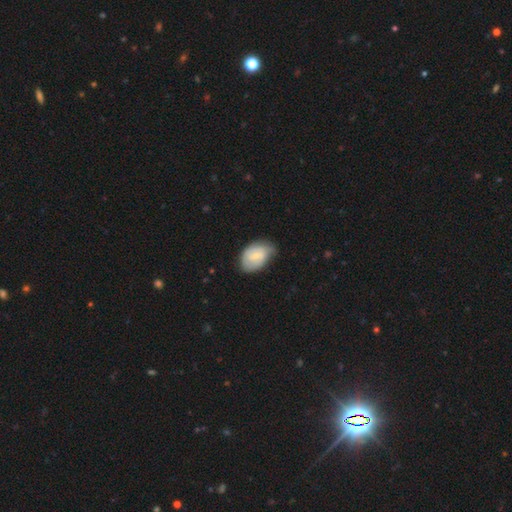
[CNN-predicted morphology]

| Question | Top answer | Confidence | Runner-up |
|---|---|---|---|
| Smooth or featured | smooth | 53% | featured or disk (41%) |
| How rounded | in between | 84% | round (14%) |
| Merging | none | 56% | minor disturbance (34%) |